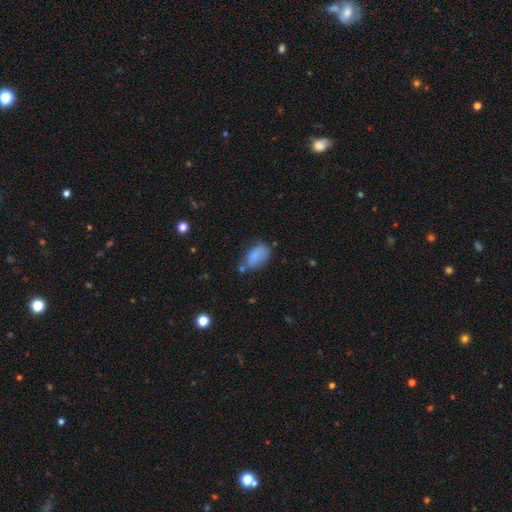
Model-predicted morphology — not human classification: smooth_or_featured: smooth (p=0.82) [alt: featured or disk p=0.10]
how_rounded: in between (p=0.92) [alt: round p=0.06]
merging: none (p=0.55) [alt: minor disturbance p=0.27]